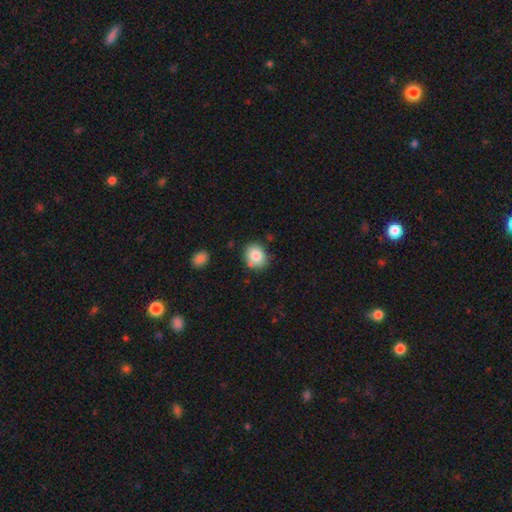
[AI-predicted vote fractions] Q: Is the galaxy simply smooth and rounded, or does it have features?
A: smooth — 83%.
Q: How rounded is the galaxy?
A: round — 60%.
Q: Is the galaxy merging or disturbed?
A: none — 77%.